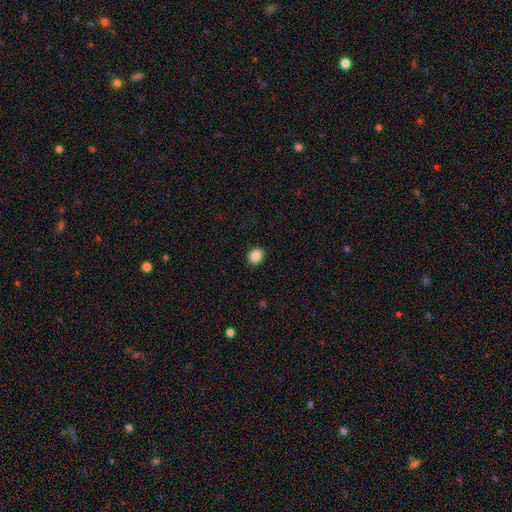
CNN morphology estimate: Smooth or featured: smooth — 87% (star or artifact — 10%)
How rounded: round — 70% (in between — 29%)
Merging: none — 91% (minor disturbance — 7%)